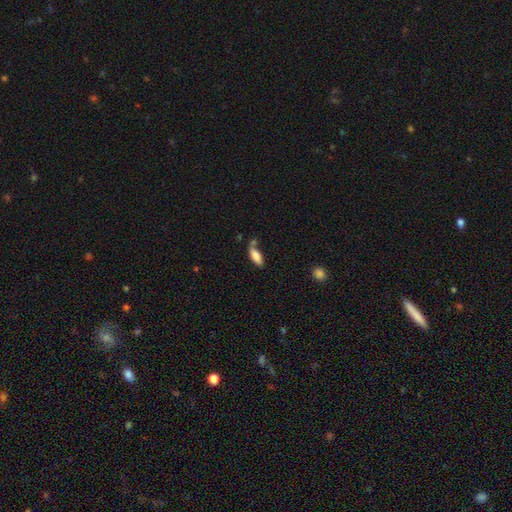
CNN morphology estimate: Smooth or featured? Predicted: smooth (p=0.83). How rounded? Predicted: in between (p=0.74). Merging? Predicted: none (p=0.56).